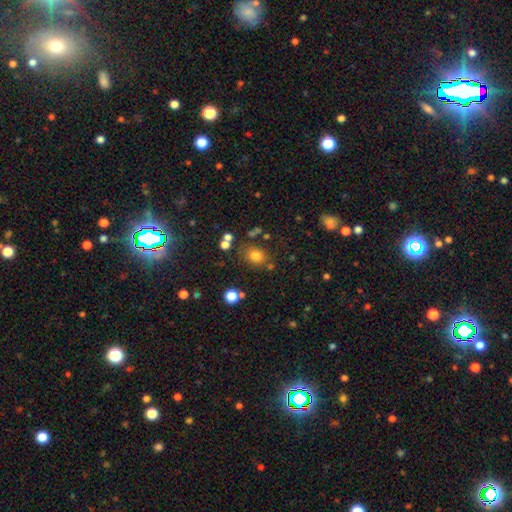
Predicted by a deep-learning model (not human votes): The model was most divided on "how rounded": round: 55%, in between: 44%, cigar-shaped: 1%. More confident: smooth or featured — smooth (77%); merging — none (74%).